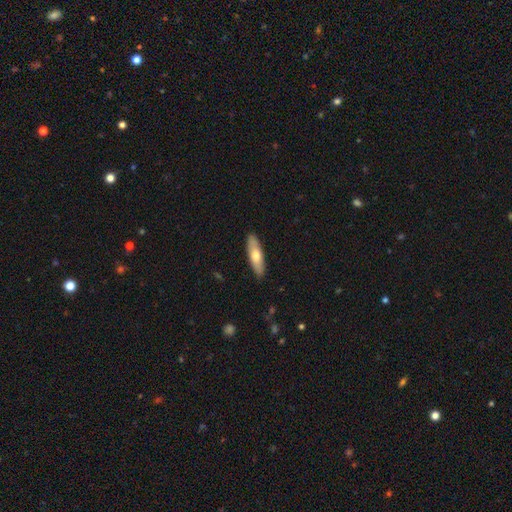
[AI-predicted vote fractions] smooth_or_featured: smooth (p=0.63) [alt: featured or disk p=0.31]
how_rounded: cigar-shaped (p=0.62) [alt: in between p=0.36]
merging: none (p=0.89) [alt: minor disturbance p=0.08]